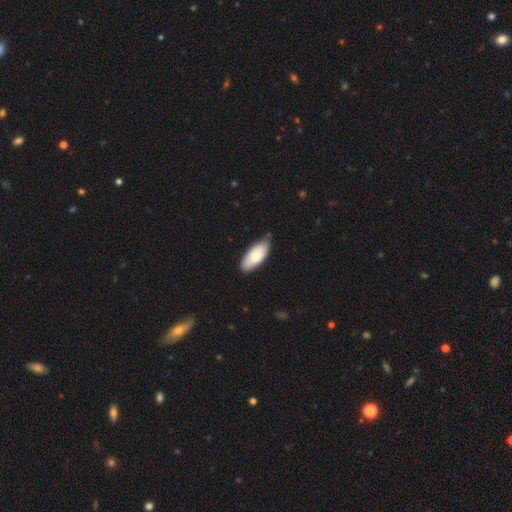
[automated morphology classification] A smooth galaxy with no disk features (81%) that is in between round and cigar-shaped (86%). Merging: none (76%).